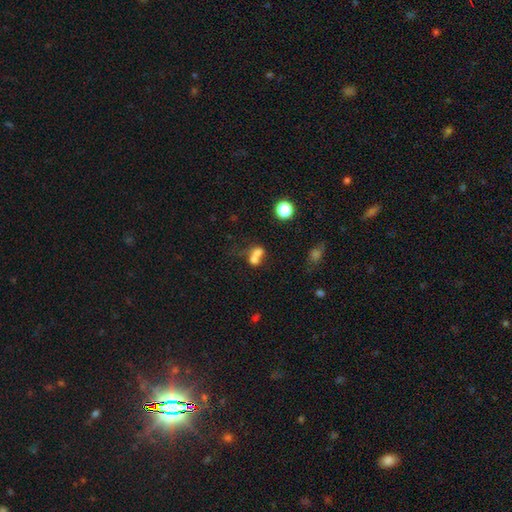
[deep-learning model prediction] Smooth or featured? smooth (65%)
How rounded? round (61%)
Merging? merger (67%)